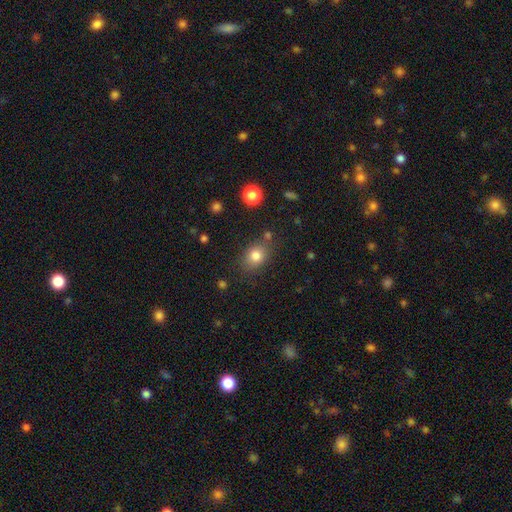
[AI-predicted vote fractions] Q: Smooth or featured?
A: smooth (80%); runner-up: star or artifact (12%)
Q: How rounded?
A: in between (56%); runner-up: round (43%)
Q: Merging?
A: none (76%); runner-up: minor disturbance (14%)